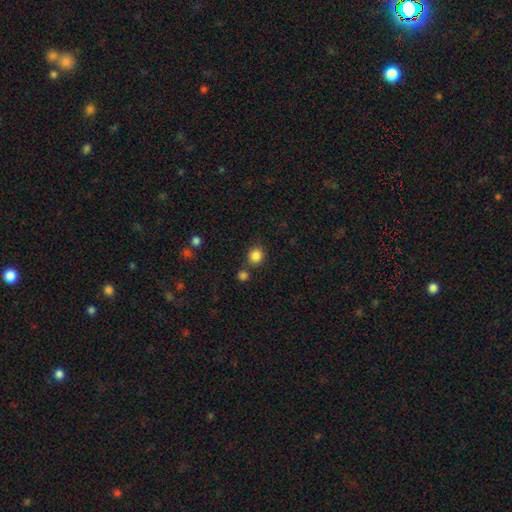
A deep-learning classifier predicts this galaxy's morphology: type=smooth (85%); roundness=round (79%); merging=none (76%).